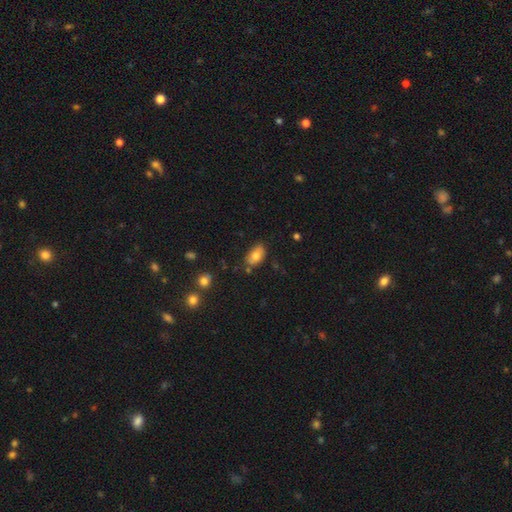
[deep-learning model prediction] The model was most divided on "merging": none: 71%, minor disturbance: 20%, merger: 5%, major disturbance: 4%. More confident: how rounded — in between (90%); smooth or featured — smooth (76%).